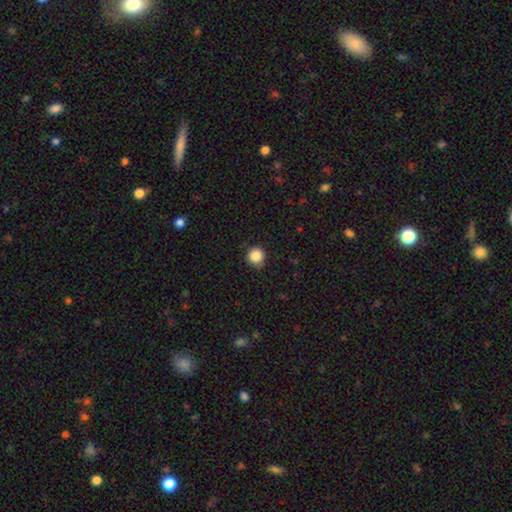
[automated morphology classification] Q: Smooth or featured?
A: smooth (86%); runner-up: star or artifact (10%)
Q: How rounded?
A: round (94%); runner-up: in between (5%)
Q: Merging?
A: none (86%); runner-up: minor disturbance (11%)